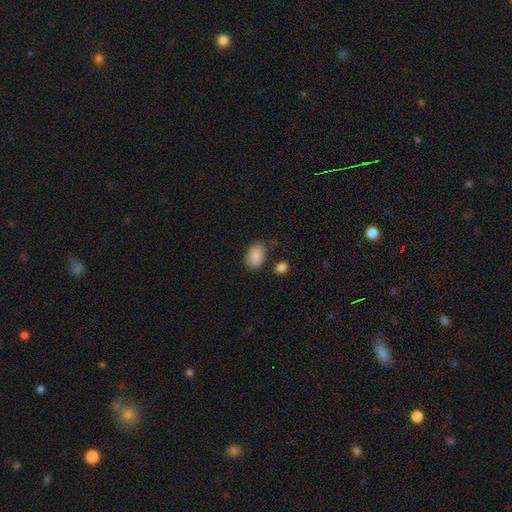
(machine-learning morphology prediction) A smooth galaxy with no disk features (87%) that is in between round and cigar-shaped (83%). Merging: none (74%).